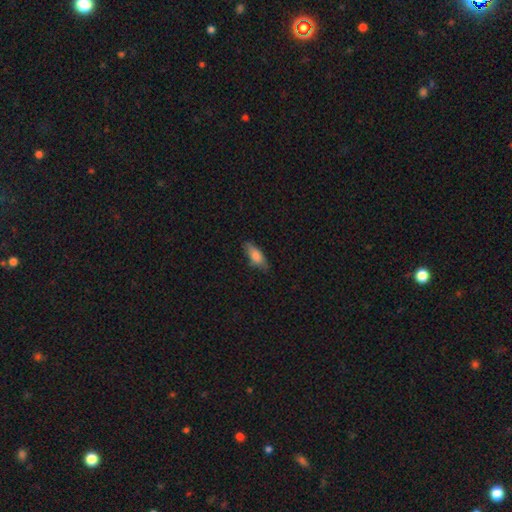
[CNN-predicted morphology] A smooth galaxy with no disk features (78%) that is in between round and cigar-shaped (66%).

Vote fractions:
- Smooth or featured? smooth: 78% / featured or disk: 15% / star or artifact: 7%
- How rounded? in between: 66% / cigar-shaped: 31% / round: 2%
- Merging? none: 76% / minor disturbance: 19% / major disturbance: 3% / merger: 1%